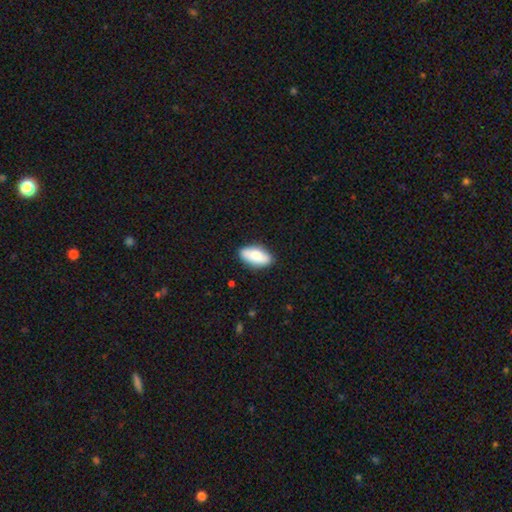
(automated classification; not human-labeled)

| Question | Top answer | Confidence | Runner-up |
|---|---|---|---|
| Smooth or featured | smooth | 78% | featured or disk (16%) |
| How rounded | in between | 91% | cigar-shaped (6%) |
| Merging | none | 84% | minor disturbance (12%) |